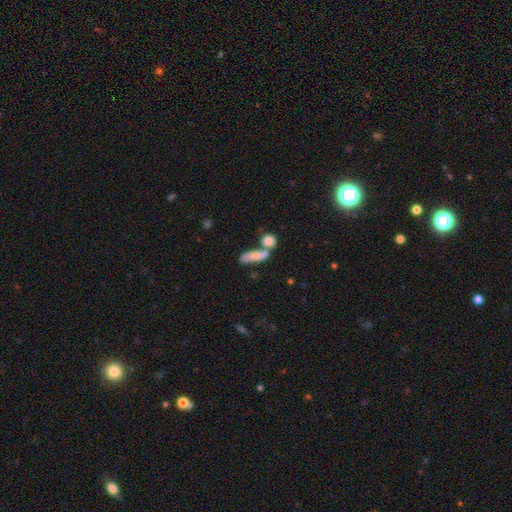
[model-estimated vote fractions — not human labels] A smooth galaxy with no disk features (72%) that is cigar-shaped (47%). Merging: merger (45%).